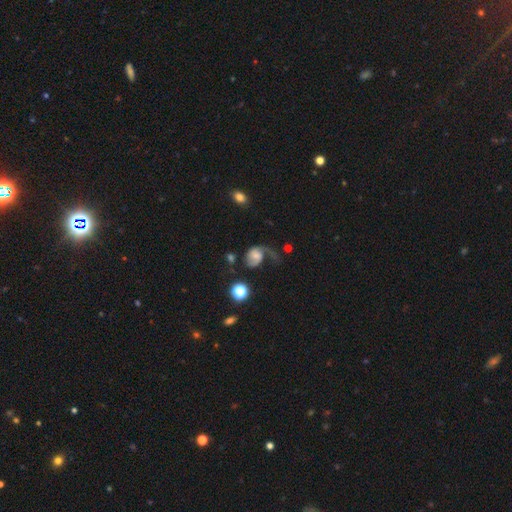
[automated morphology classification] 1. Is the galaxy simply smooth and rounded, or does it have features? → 62% featured or disk, 29% smooth, 9% star or artifact.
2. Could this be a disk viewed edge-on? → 98% no, 2% yes.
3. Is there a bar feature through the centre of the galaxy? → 63% no, 31% weak, 6% strong.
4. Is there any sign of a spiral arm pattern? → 87% yes, 13% no.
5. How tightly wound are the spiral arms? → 54% loose, 32% medium, 14% tight.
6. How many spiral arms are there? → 64% 1, 28% 2, 5% can't tell, 1% 3, 1% 4, 1% more than 4.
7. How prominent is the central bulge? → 33% small, 29% moderate, 22% none, 11% large, 4% dominant.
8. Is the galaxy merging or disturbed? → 49% major disturbance, 27% none, 17% minor disturbance, 7% merger.